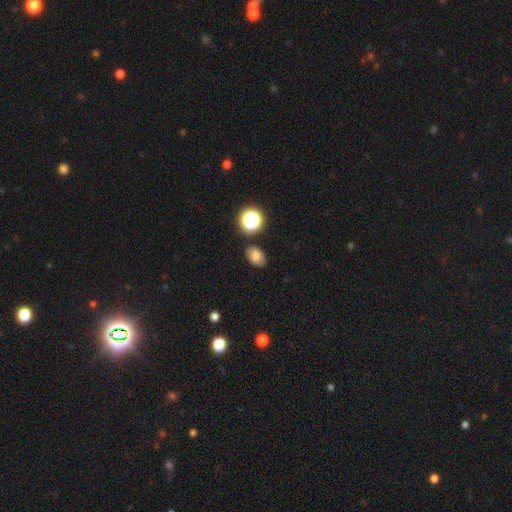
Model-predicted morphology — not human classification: smooth-or-featured: smooth: 73% | star or artifact: 14% | featured or disk: 13%
  how-rounded: in between: 79% | round: 20% | cigar-shaped: 1%
  merging: none: 83% | minor disturbance: 11% | merger: 3% | major disturbance: 3%